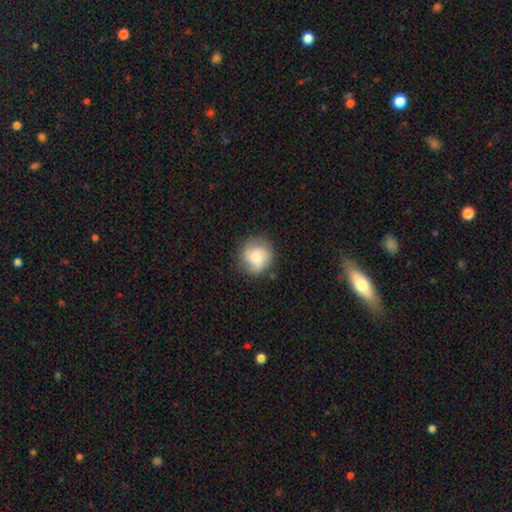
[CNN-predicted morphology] A smooth galaxy with no disk features (52%) that is round (90%).

Vote fractions:
- Smooth or featured? smooth: 52% / featured or disk: 40% / star or artifact: 8%
- How rounded? round: 90% / in between: 9% / cigar-shaped: 1%
- Merging? none: 78% / minor disturbance: 15% / major disturbance: 5% / merger: 2%